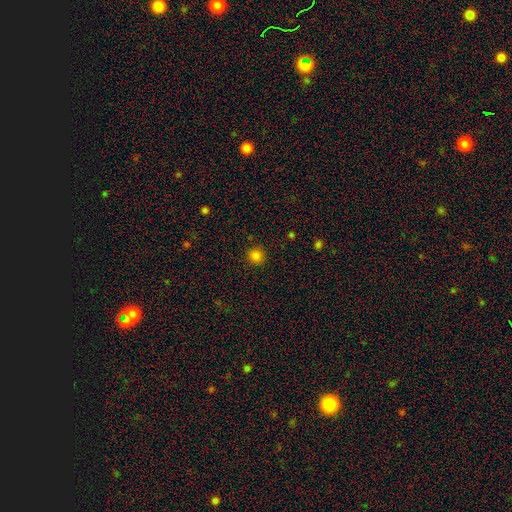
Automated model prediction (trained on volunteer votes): Smooth or featured?
  - smooth: 83% *
  - star or artifact: 14%
  - featured or disk: 3%
How rounded?
  - round: 92% *
  - in between: 7%
  - cigar-shaped: 1%
Merging?
  - none: 90% *
  - minor disturbance: 7%
  - major disturbance: 2%
  - merger: 1%